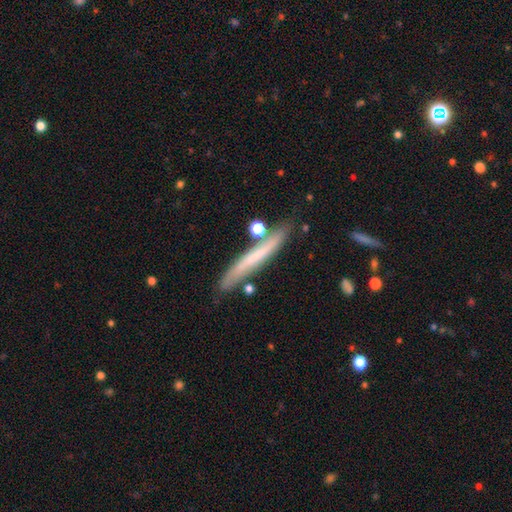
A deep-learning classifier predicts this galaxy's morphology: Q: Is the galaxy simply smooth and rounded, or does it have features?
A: smooth — 52%.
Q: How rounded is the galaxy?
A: cigar-shaped — 95%.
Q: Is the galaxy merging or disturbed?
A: none — 76%.